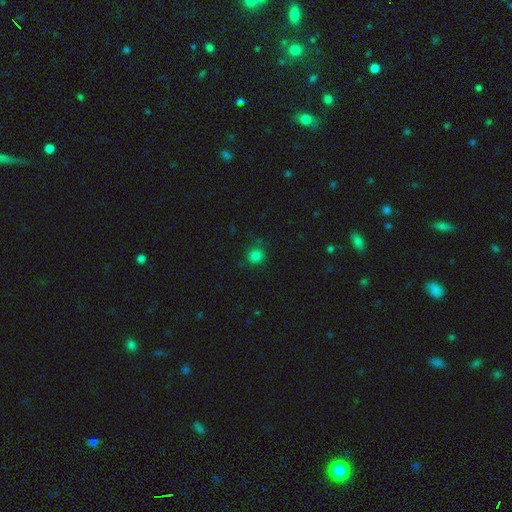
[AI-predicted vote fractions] Q: Smooth or featured?
A: smooth (82%); runner-up: star or artifact (15%)
Q: How rounded?
A: round (91%); runner-up: in between (8%)
Q: Merging?
A: none (82%); runner-up: minor disturbance (12%)